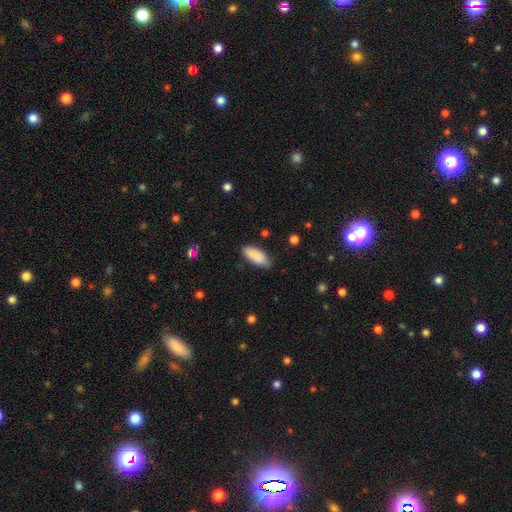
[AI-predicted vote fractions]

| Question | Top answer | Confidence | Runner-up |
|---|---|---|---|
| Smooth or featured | smooth | 89% | star or artifact (6%) |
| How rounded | in between | 80% | cigar-shaped (19%) |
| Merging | none | 80% | minor disturbance (16%) |